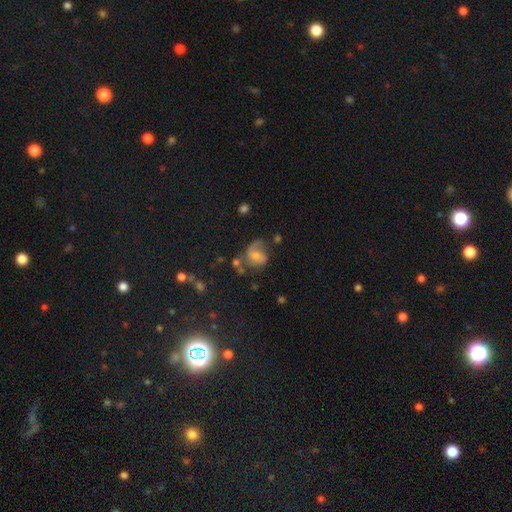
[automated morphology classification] This is possibly a featured or disk galaxy (53%). It is clearly not viewed edge-on (97%). Bar: possibly no (49%). Spiral arm pattern: clearly yes (81%). Central bulge: marginally small (43%). Merging: marginally none (41%).